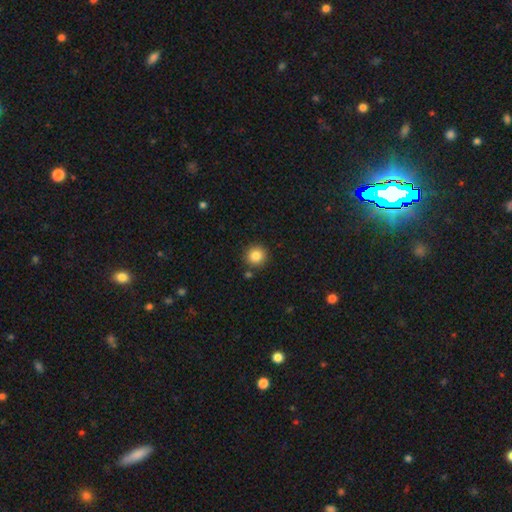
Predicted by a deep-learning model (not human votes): Q: Smooth or featured?
A: smooth (85%); runner-up: star or artifact (10%)
Q: How rounded?
A: round (94%); runner-up: in between (5%)
Q: Merging?
A: none (88%); runner-up: minor disturbance (7%)